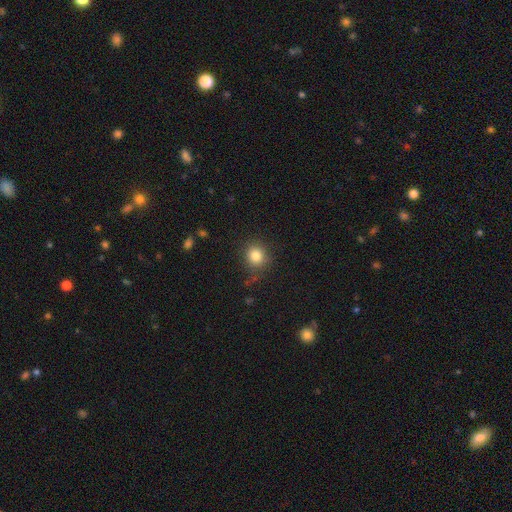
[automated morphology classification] The model was most divided on "merging": none: 81%, minor disturbance: 13%, major disturbance: 4%, merger: 2%. More confident: how rounded — round (85%); smooth or featured — smooth (82%).